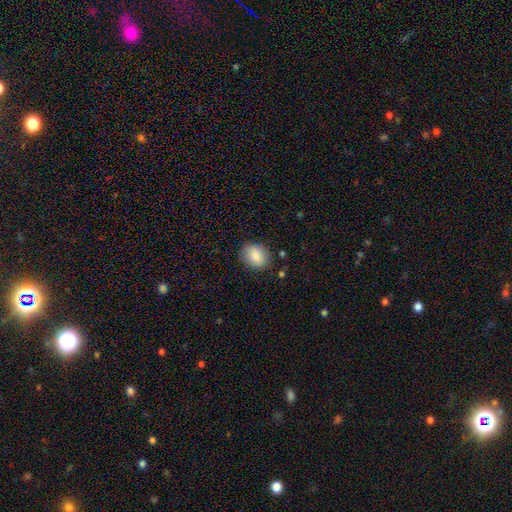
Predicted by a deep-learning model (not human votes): A smooth galaxy with no disk features (87%) that is in between round and cigar-shaped (61%).

Vote fractions:
- Smooth or featured? smooth: 87% / star or artifact: 7% / featured or disk: 5%
- How rounded? in between: 61% / round: 38% / cigar-shaped: 1%
- Merging? none: 84% / minor disturbance: 12% / major disturbance: 3% / merger: 1%